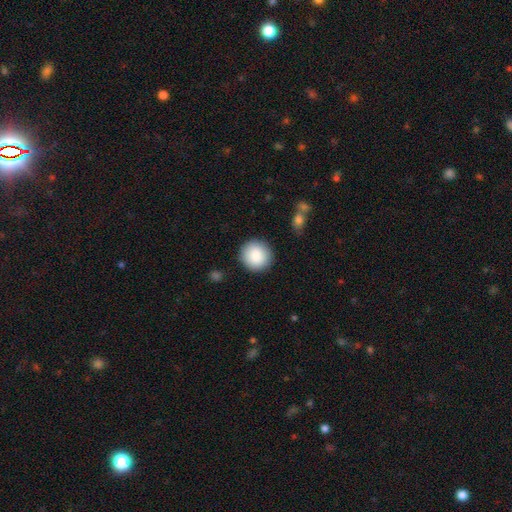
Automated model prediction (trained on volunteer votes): Smooth or featured: smooth — 88% (star or artifact — 7%)
How rounded: round — 93% (in between — 6%)
Merging: none — 90% (minor disturbance — 6%)